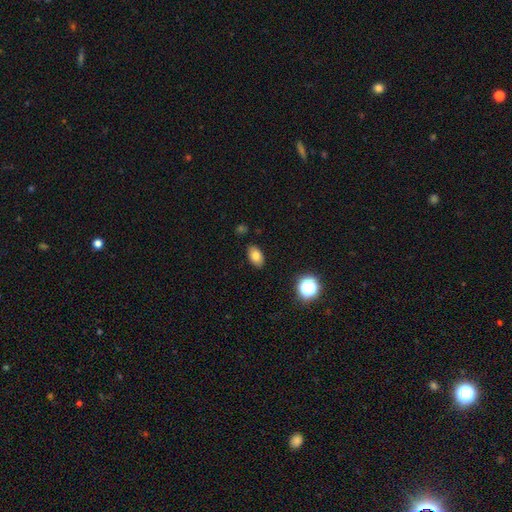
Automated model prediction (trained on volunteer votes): Smooth or featured?
  - smooth: 79% *
  - star or artifact: 11%
  - featured or disk: 11%
How rounded?
  - in between: 90% *
  - round: 9%
  - cigar-shaped: 2%
Merging?
  - none: 86% *
  - minor disturbance: 10%
  - major disturbance: 2%
  - merger: 2%